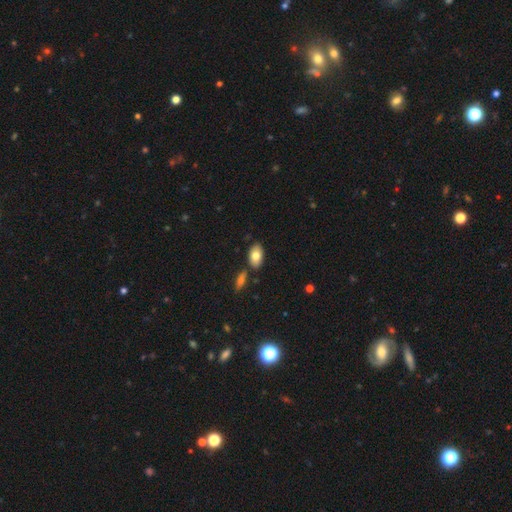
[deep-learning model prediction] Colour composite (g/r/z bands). It shows a smooth galaxy with no disk features (79%) that is in between round and cigar-shaped (93%). Merging: none (78%).